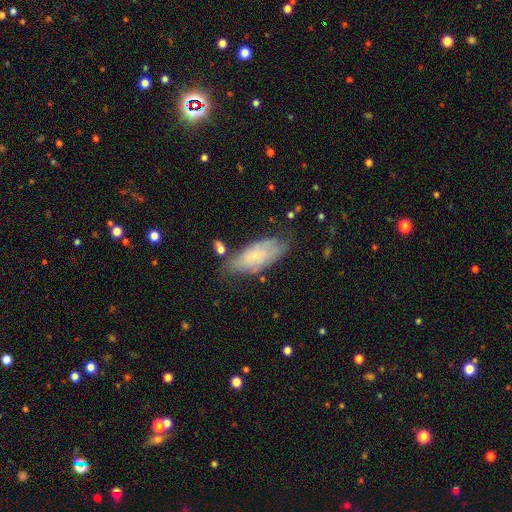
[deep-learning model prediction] Smooth or featured?
  - smooth: 58% *
  - featured or disk: 35%
  - star or artifact: 7%
How rounded?
  - in between: 82% *
  - cigar-shaped: 16%
  - round: 2%
Merging?
  - none: 64% *
  - minor disturbance: 25%
  - major disturbance: 7%
  - merger: 5%